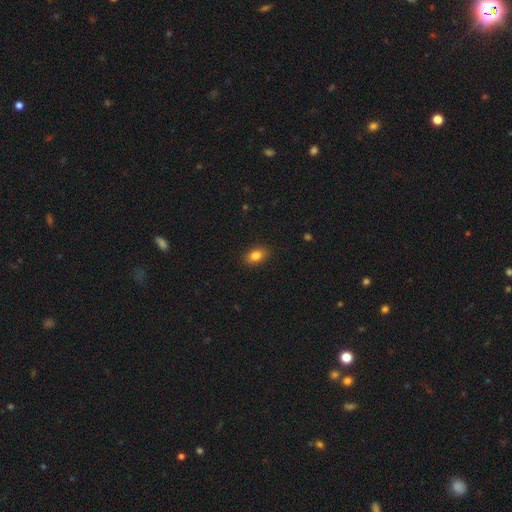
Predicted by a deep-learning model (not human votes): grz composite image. It shows a smooth galaxy with no disk features (83%) that is in between round and cigar-shaped (83%). Merging: none (89%).